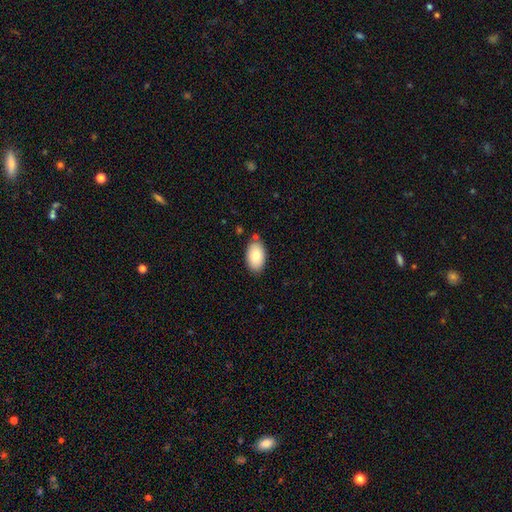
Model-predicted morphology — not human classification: This appears to be a smooth galaxy with no disk features (82%) that is in between round and cigar-shaped (94%). Merging: none (80%).